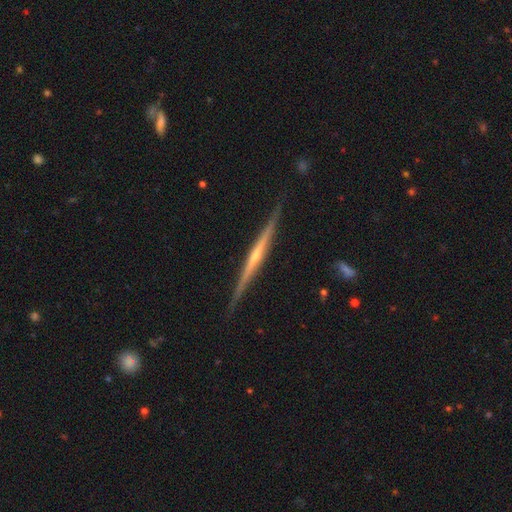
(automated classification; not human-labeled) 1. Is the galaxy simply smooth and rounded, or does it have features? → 83% featured or disk, 12% smooth, 5% star or artifact.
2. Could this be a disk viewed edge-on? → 98% yes, 2% no.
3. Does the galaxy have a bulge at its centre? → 74% rounded, 20% none, 5% boxy.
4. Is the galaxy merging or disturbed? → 89% none, 8% minor disturbance, 1% major disturbance, 1% merger.